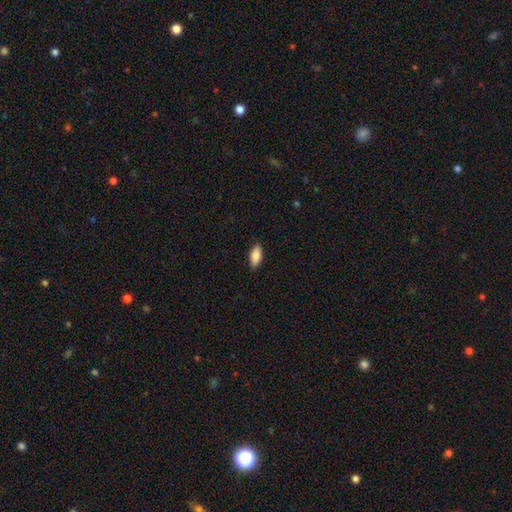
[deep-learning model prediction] A smooth galaxy with no disk features (88%) that is in between round and cigar-shaped (88%). Merging: none (87%).